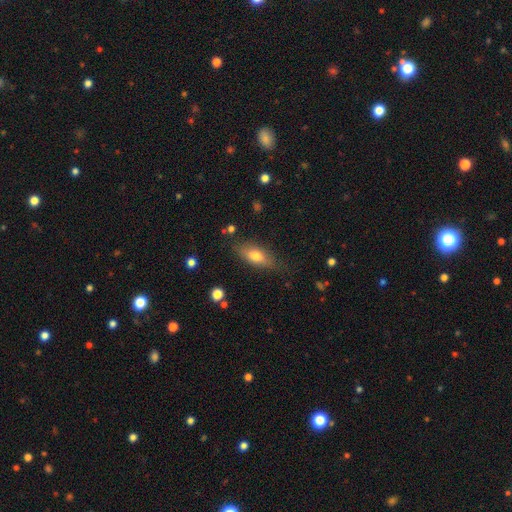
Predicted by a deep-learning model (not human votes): A smooth galaxy with no disk features (71%) that is in between round and cigar-shaped (75%).

Vote fractions:
- Smooth or featured? smooth: 71% / featured or disk: 21% / star or artifact: 7%
- How rounded? in between: 75% / cigar-shaped: 20% / round: 4%
- Merging? none: 76% / minor disturbance: 17% / major disturbance: 5% / merger: 2%